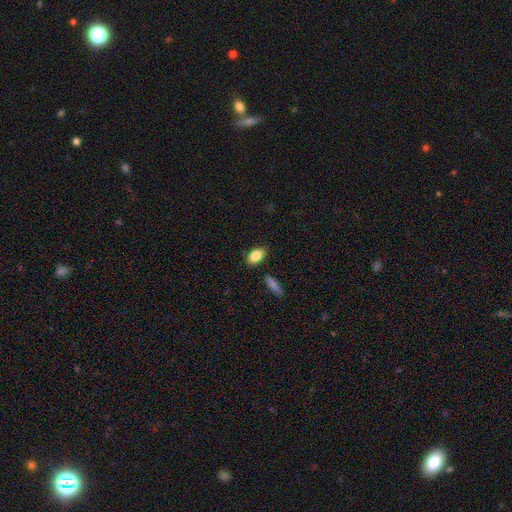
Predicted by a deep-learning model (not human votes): Smooth or featured? smooth (86%)
How rounded? in between (90%)
Merging? none (83%)